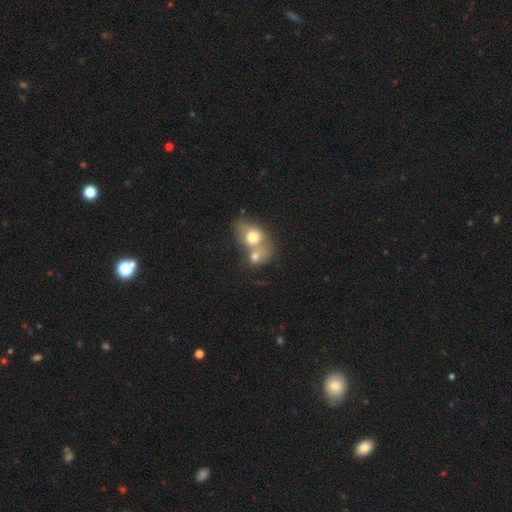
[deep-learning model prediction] Smooth or featured? Predicted: smooth (p=0.68). How rounded? Predicted: in between (p=0.59). Merging? Predicted: merger (p=0.71).